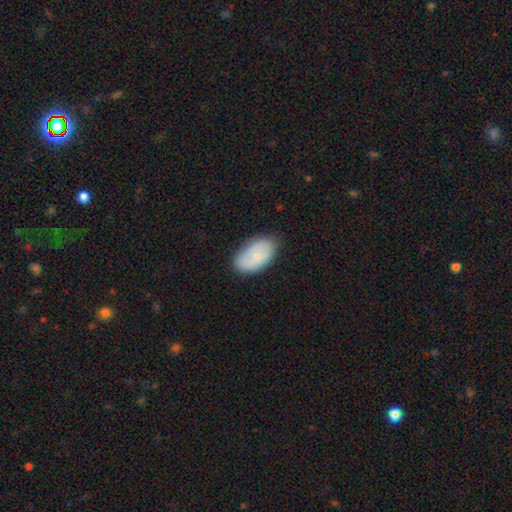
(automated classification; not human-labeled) smooth-or-featured: smooth: 67% | featured or disk: 27% | star or artifact: 6%
  how-rounded: in between: 93% | round: 5% | cigar-shaped: 2%
  merging: none: 82% | minor disturbance: 14% | major disturbance: 3% | merger: 1%